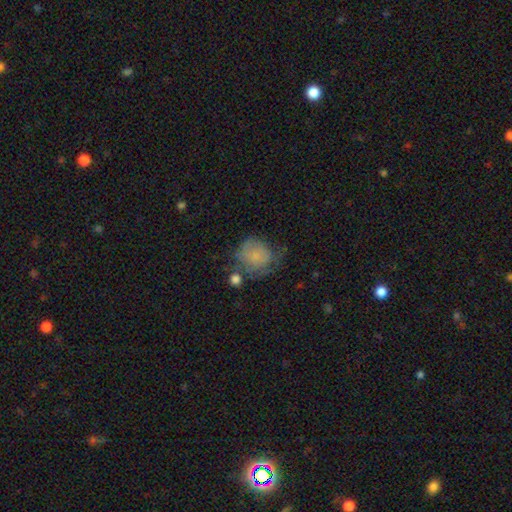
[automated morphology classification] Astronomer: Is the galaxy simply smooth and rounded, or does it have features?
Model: smooth — 67%.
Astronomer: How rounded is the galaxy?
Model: round — 76%.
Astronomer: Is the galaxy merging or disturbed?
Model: none — 41% (runner-up: minor disturbance, 30%).